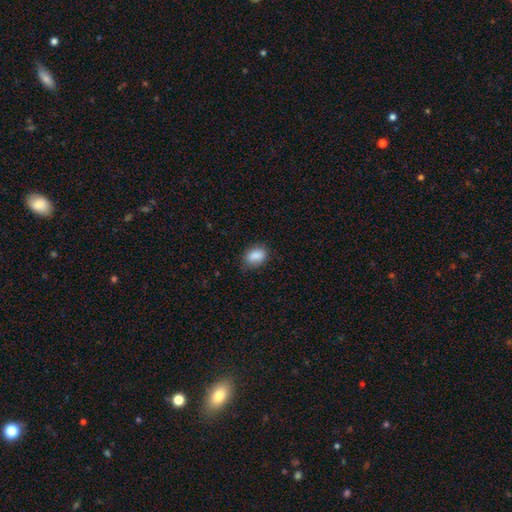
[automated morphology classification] Smooth or featured?
  - smooth: 87% *
  - star or artifact: 8%
  - featured or disk: 5%
How rounded?
  - in between: 81% *
  - round: 17%
  - cigar-shaped: 2%
Merging?
  - none: 76% *
  - minor disturbance: 19%
  - major disturbance: 4%
  - merger: 1%